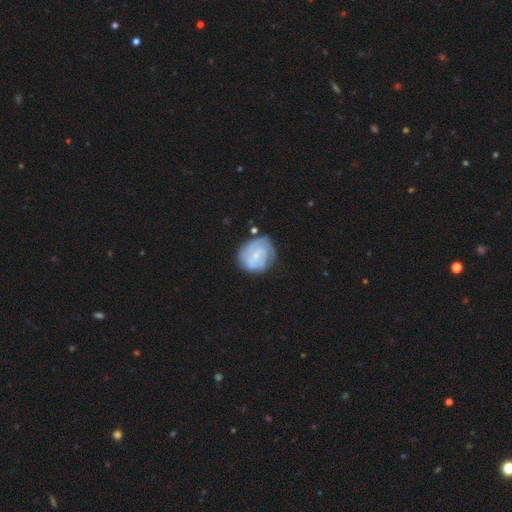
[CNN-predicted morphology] featured or disk 67%, smooth 27%, star or artifact 6%. Down the decision tree: edge-on disk — no (98%); bar — weak (52%); spiral arms — yes (83%); spiral arm count — can't tell (38%); spiral winding — tight (58%); bulge size — small (57%); merging — none (58%).